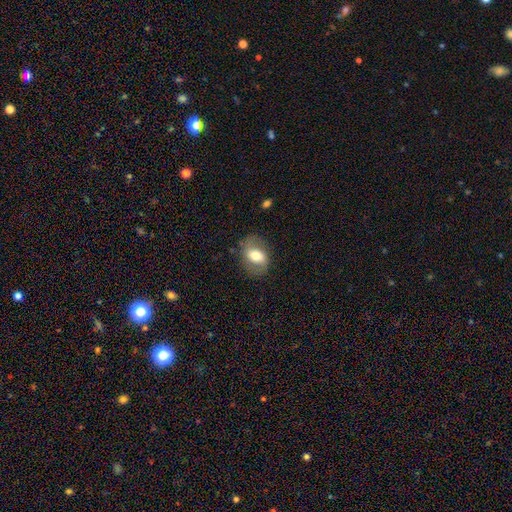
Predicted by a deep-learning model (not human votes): Overall: smooth (52%; featured or disk 40%). How rounded: in between (76%). Merging: none (75%).